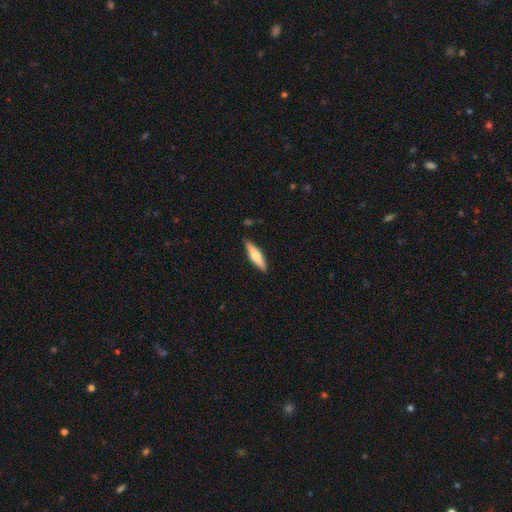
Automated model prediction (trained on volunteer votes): Q: Smooth or featured?
A: smooth (57%); runner-up: featured or disk (38%)
Q: How rounded?
A: cigar-shaped (73%); runner-up: in between (25%)
Q: Merging?
A: none (88%); runner-up: minor disturbance (9%)